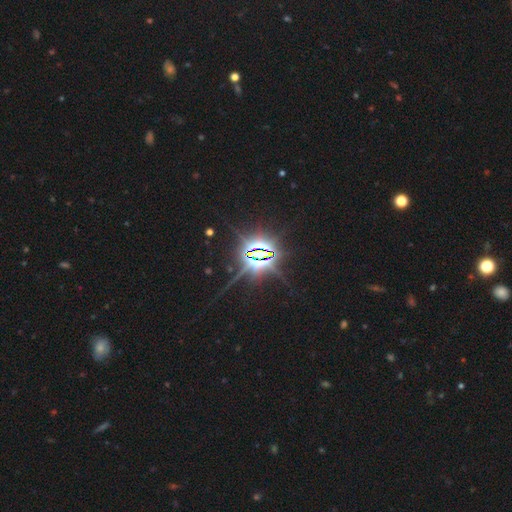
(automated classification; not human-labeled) Q: Smooth or featured?
A: star or artifact (87%); runner-up: featured or disk (8%)